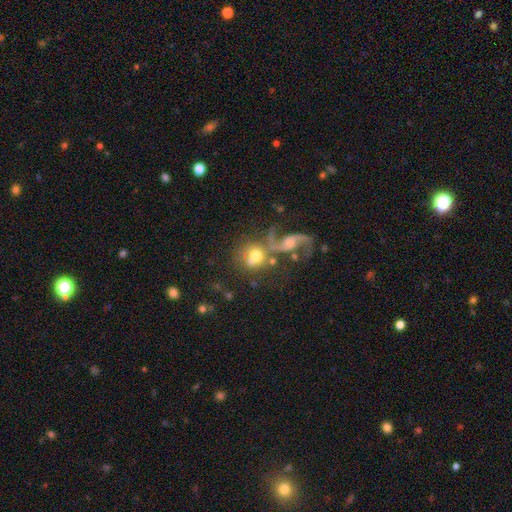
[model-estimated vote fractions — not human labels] Smooth or featured? smooth (50%)
How rounded? round (78%)
Merging? none (42%)